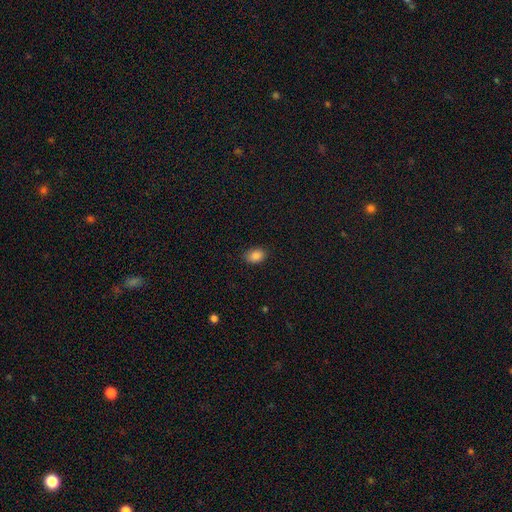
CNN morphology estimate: type=smooth (86%); roundness=in between (74%); merging=none (83%).